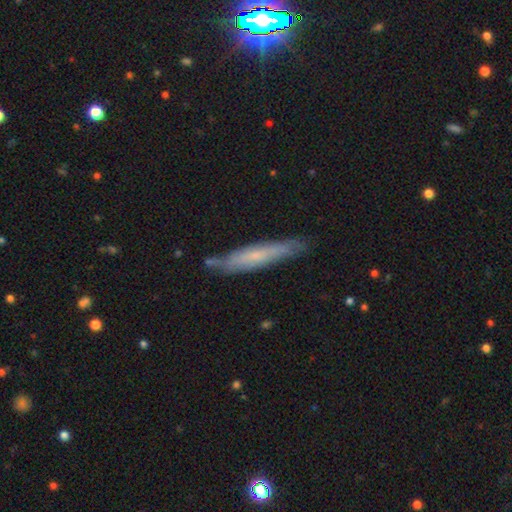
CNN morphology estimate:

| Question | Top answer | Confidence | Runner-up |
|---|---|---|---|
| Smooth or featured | smooth | 51% | featured or disk (43%) |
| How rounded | cigar-shaped | 92% | in between (7%) |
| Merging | none | 78% | minor disturbance (17%) |